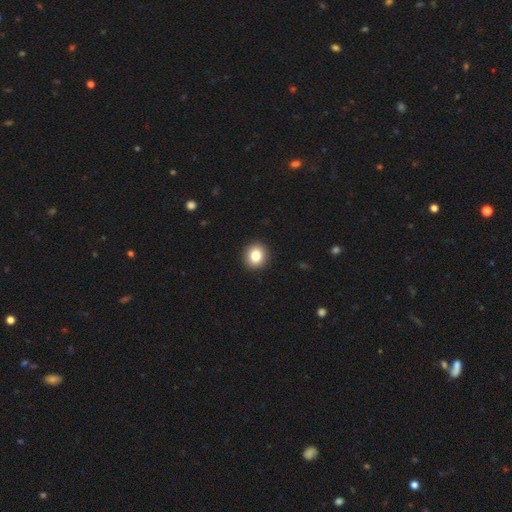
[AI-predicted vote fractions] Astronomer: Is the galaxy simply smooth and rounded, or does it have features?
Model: smooth — 83%.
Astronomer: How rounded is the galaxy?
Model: round — 85%.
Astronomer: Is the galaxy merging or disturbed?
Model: none — 93%.